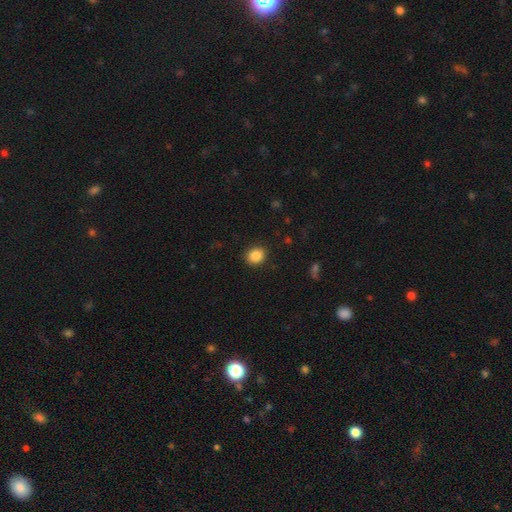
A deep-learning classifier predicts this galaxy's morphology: This is clearly a smooth galaxy (87%). How rounded: likely round (66%). Merging: clearly none (89%).